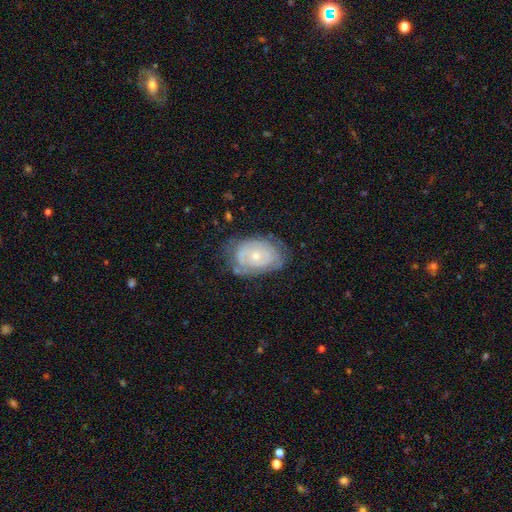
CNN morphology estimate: Smooth or featured? Predicted: featured or disk (p=0.66). Edge-on disk? Predicted: no (p=0.95). Bar? Predicted: no (p=0.83). Spiral arms? Predicted: yes (p=0.68). Bulge size? Predicted: small (p=0.65). Merging? Predicted: none (p=0.62).